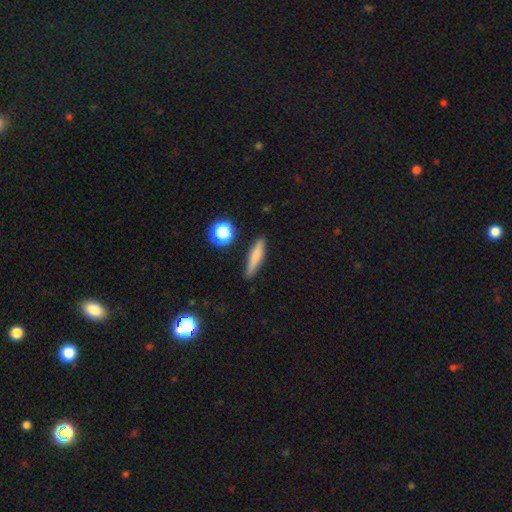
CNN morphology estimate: smooth_or_featured: smooth (p=0.75) [alt: featured or disk p=0.16]
how_rounded: cigar-shaped (p=0.81) [alt: in between p=0.15]
merging: none (p=0.85) [alt: minor disturbance p=0.10]